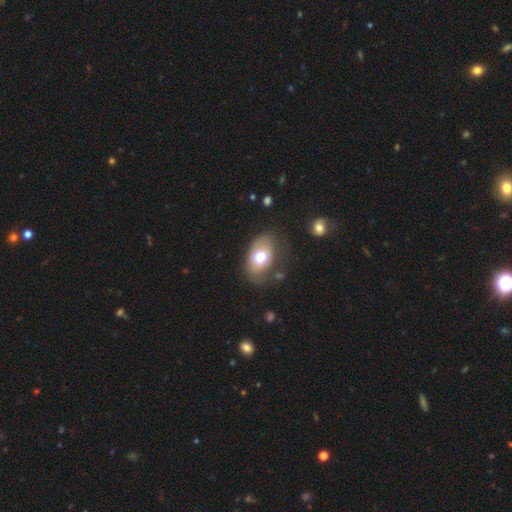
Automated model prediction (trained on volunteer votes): Morphology: type=smooth (67%); roundness=in between (84%); merging=none (71%).